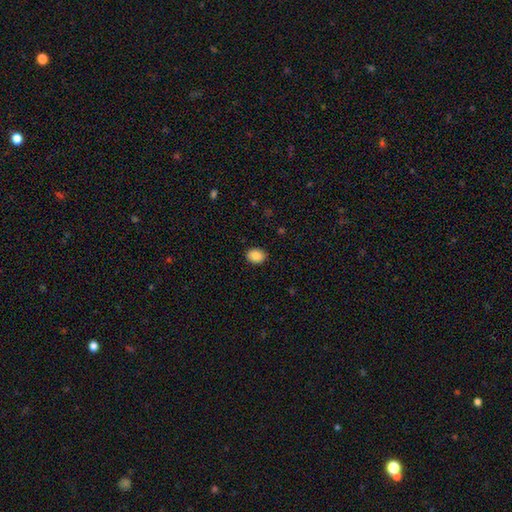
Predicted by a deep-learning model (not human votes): A smooth galaxy with no disk features (88%) that is in between round and cigar-shaped (56%). Merging: none (88%).